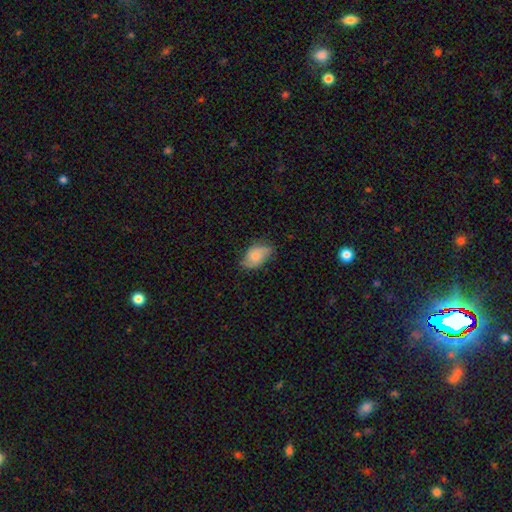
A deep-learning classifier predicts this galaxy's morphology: The model was most divided on "smooth or featured": smooth: 57%, featured or disk: 35%, star or artifact: 8%. More confident: how rounded — in between (88%); merging — none (61%).